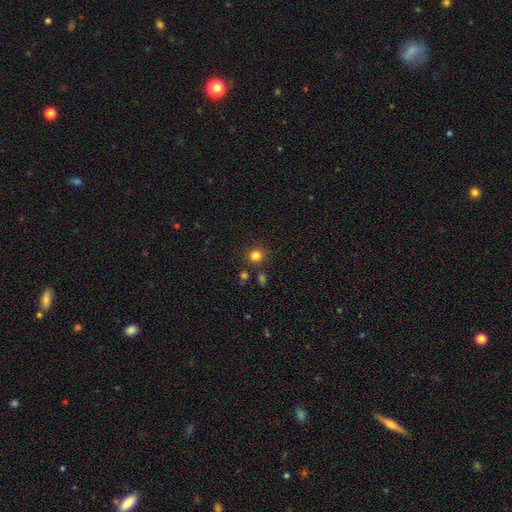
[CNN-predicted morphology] This is clearly a smooth galaxy (82%). How rounded: clearly round (84%). Merging: clearly none (83%).